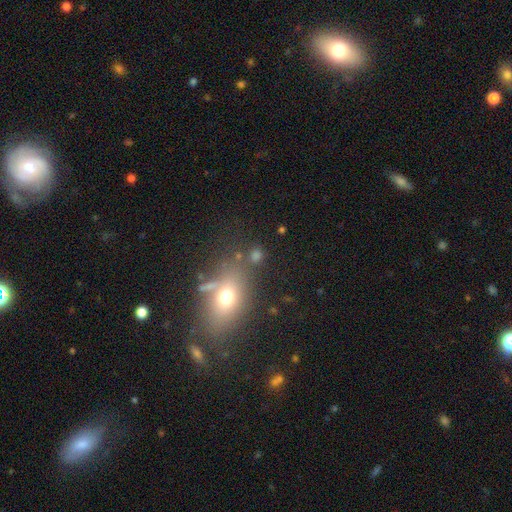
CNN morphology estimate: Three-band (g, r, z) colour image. It shows a smooth galaxy with no disk features (64%) that is round (54%). Merging: none (68%).